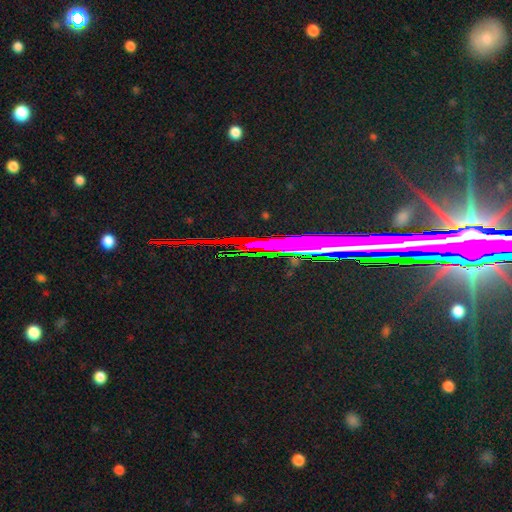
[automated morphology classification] This is likely a star or artifact rather than a galaxy (70%).